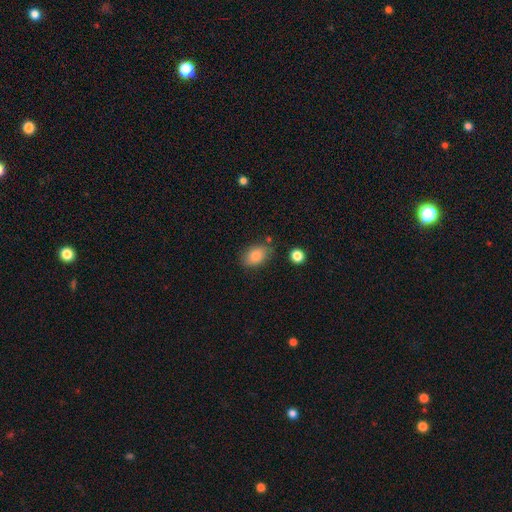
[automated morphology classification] Smooth or featured? Predicted: smooth (p=0.85). How rounded? Predicted: in between (p=0.84). Merging? Predicted: none (p=0.75).